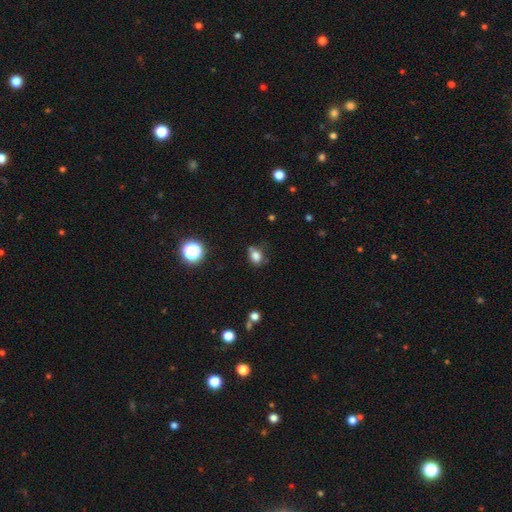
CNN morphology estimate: smooth 77%, star or artifact 14%, featured or disk 9%. Down the decision tree: how rounded — in between (58%); merging — none (56%).